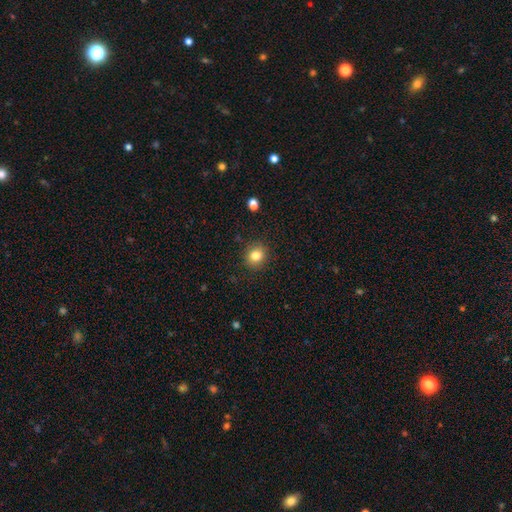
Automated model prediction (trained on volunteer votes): Smooth or featured? Predicted: smooth (p=0.83). How rounded? Predicted: round (p=0.79). Merging? Predicted: none (p=0.88).